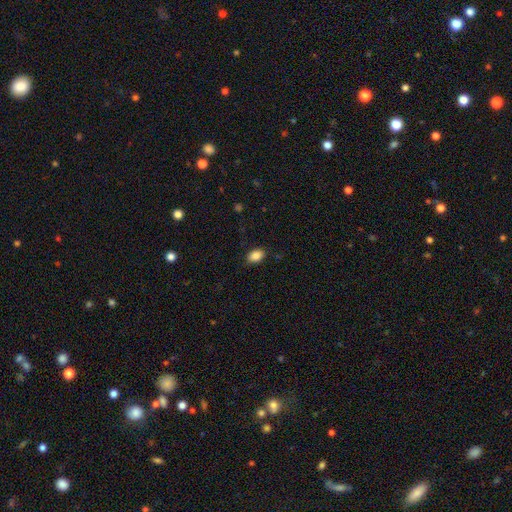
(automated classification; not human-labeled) A smooth galaxy with no disk features (87%) that is in between round and cigar-shaped (88%).

Vote fractions:
- Smooth or featured? smooth: 87% / star or artifact: 8% / featured or disk: 4%
- How rounded? in between: 88% / round: 11% / cigar-shaped: 1%
- Merging? none: 86% / minor disturbance: 10% / major disturbance: 2% / merger: 1%